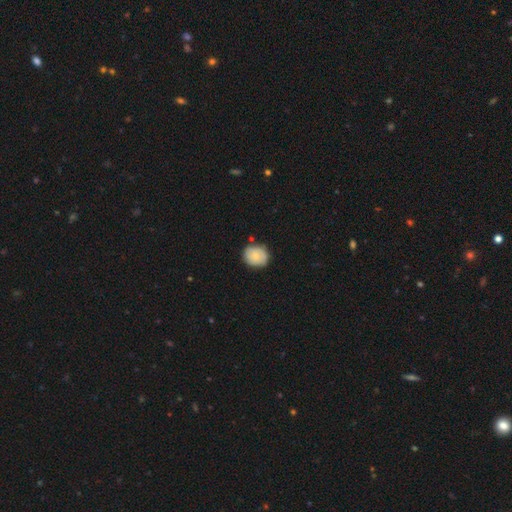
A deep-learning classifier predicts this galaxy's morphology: Q: Smooth or featured?
A: smooth (74%); runner-up: featured or disk (19%)
Q: How rounded?
A: round (63%); runner-up: in between (36%)
Q: Merging?
A: none (76%); runner-up: minor disturbance (18%)